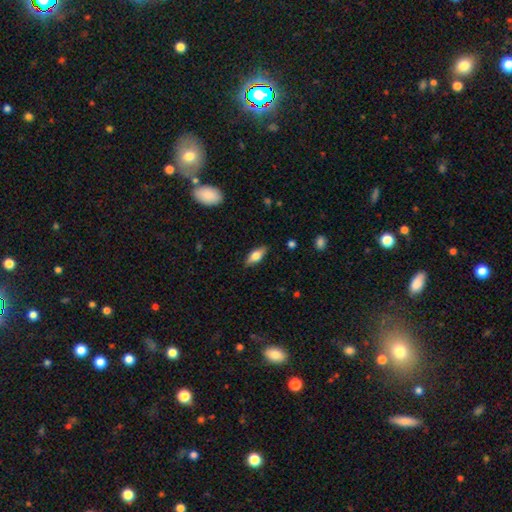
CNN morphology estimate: smooth 64%, featured or disk 29%, star or artifact 7%. Down the decision tree: how rounded — in between (77%); merging — none (85%).